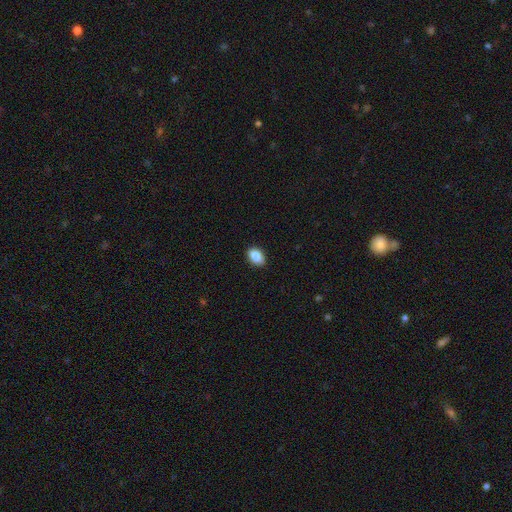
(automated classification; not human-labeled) The model was most divided on "how rounded": in between: 86%, round: 13%, cigar-shaped: 1%. More confident: merging — none (89%); smooth or featured — smooth (86%).